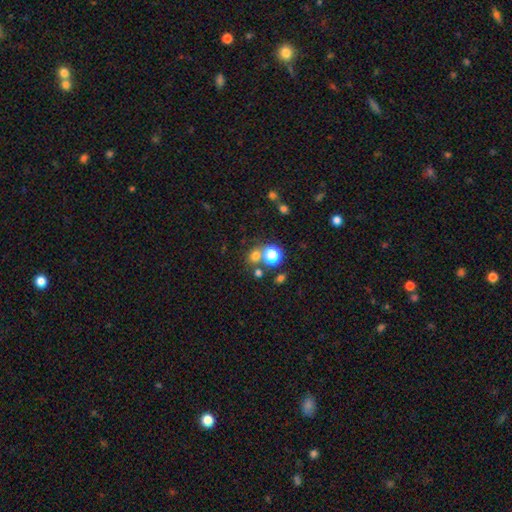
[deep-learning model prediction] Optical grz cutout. It shows a smooth galaxy with no disk features (66%) that is round (81%). Merging: none (65%).